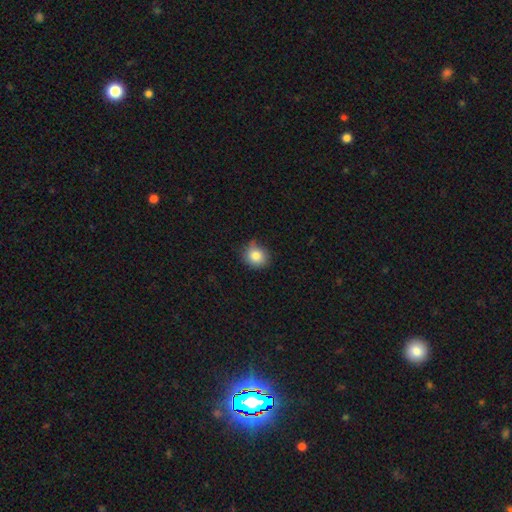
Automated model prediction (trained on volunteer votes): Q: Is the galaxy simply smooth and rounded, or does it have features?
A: smooth — 83%.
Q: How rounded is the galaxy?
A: round — 78%.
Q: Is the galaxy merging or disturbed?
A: none — 70%.